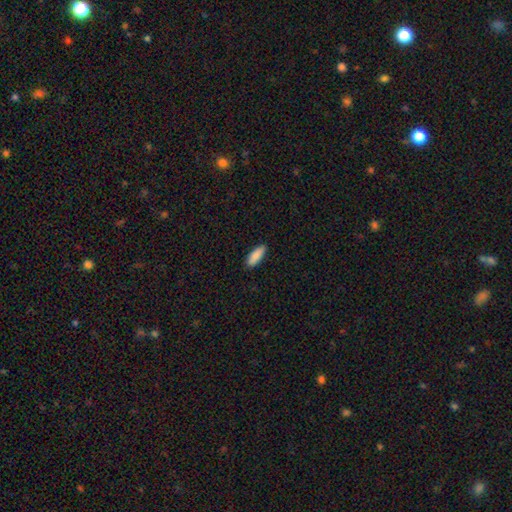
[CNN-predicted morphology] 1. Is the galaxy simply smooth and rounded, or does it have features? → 90% smooth, 6% star or artifact, 5% featured or disk.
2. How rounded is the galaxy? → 66% in between, 32% cigar-shaped, 2% round.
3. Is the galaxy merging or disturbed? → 88% none, 9% minor disturbance, 2% major disturbance, 1% merger.